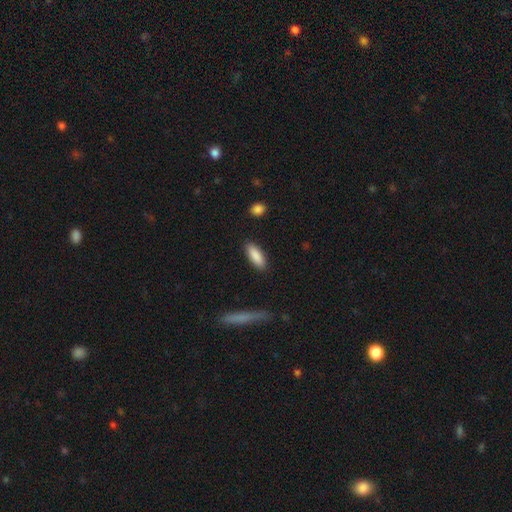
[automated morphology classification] Smooth or featured? smooth (88%)
How rounded? in between (67%)
Merging? none (87%)